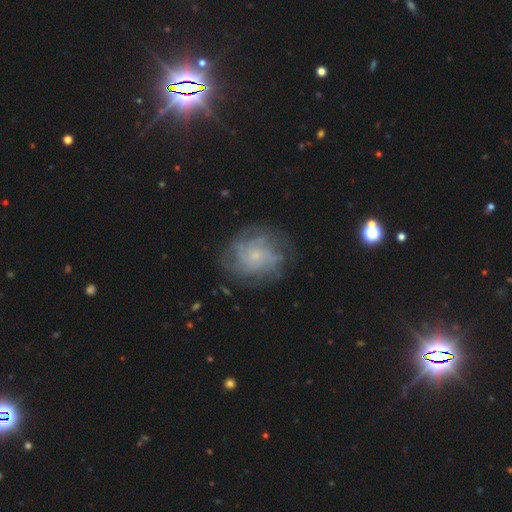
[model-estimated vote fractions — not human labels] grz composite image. It shows a featured or disk galaxy (72%) with no bar (78%), tight (55%) spiral arms (90%) and a small central bulge (75%). Merging: none (75%).